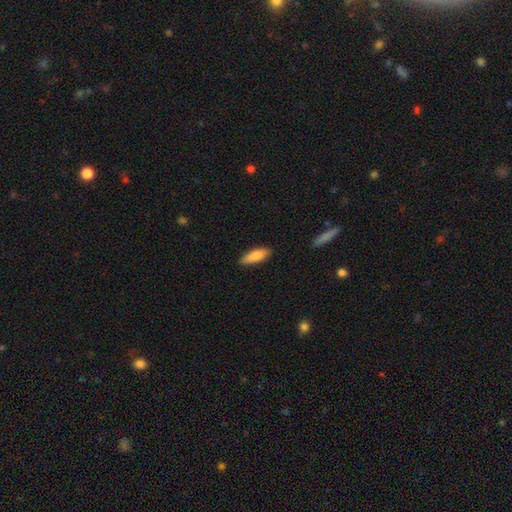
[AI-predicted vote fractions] smooth 83%, featured or disk 11%, star or artifact 6%. Down the decision tree: how rounded — in between (58%); merging — none (87%).